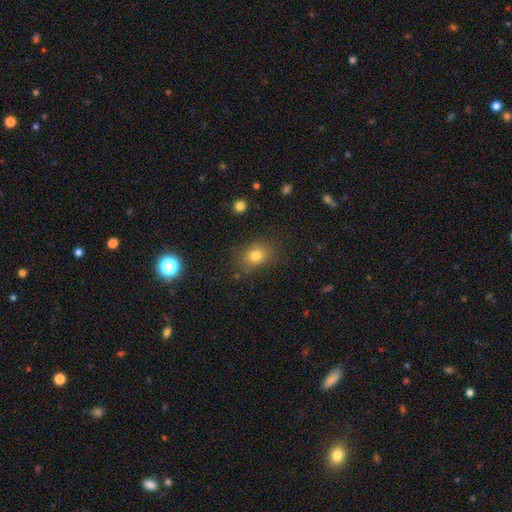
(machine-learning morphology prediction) smooth-or-featured: smooth: 77% | star or artifact: 13% | featured or disk: 9%
  how-rounded: in between: 58% | round: 40% | cigar-shaped: 1%
  merging: none: 78% | minor disturbance: 14% | major disturbance: 5% | merger: 2%